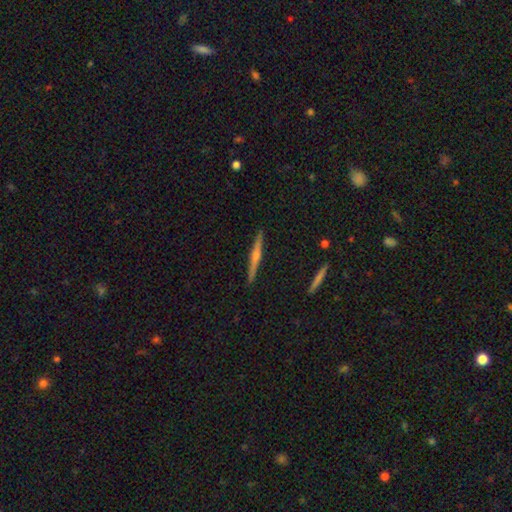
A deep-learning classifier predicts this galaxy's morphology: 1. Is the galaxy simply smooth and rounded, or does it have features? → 73% featured or disk, 21% smooth, 6% star or artifact.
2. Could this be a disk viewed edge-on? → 98% yes, 2% no.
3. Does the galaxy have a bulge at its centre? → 82% rounded, 11% none, 7% boxy.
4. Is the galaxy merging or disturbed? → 92% none, 6% minor disturbance, 1% major disturbance, 1% merger.